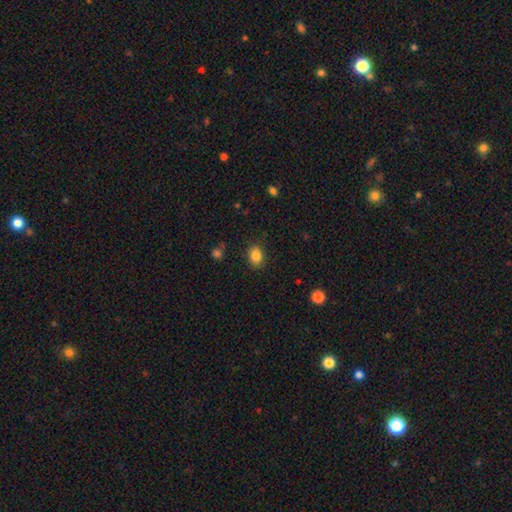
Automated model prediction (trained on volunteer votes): The model was most divided on "how rounded": in between: 63%, round: 36%, cigar-shaped: 1%. More confident: merging — none (87%); smooth or featured — smooth (84%).